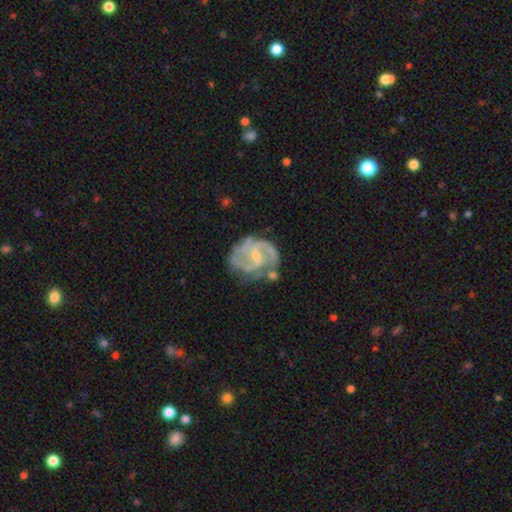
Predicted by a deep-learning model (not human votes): The model was most divided on "bar": weak: 53%, no: 33%, strong: 14%. More confident: edge-on disk — no (98%); spiral arms — yes (97%); smooth or featured — featured or disk (90%); bulge size — small (68%); spiral arm count — 2 (56%); spiral winding — medium (56%); merging — none (55%).